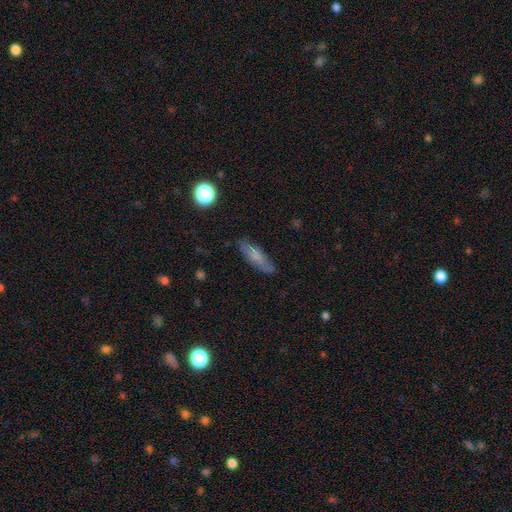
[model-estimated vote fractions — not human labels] smooth-or-featured: smooth: 64% | featured or disk: 27% | star or artifact: 9%
  how-rounded: cigar-shaped: 59% | in between: 38% | round: 3%
  merging: none: 80% | minor disturbance: 15% | major disturbance: 4% | merger: 2%